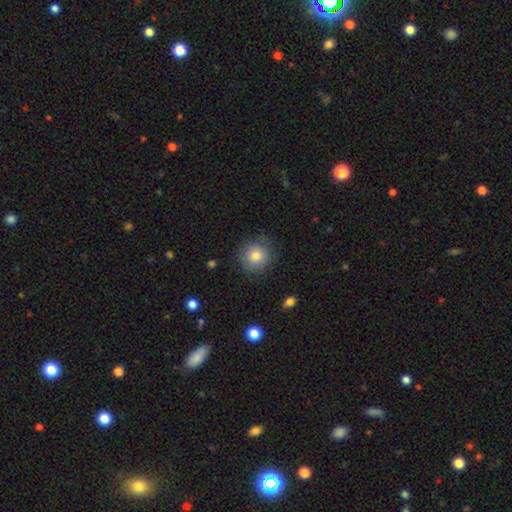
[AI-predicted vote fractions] Morphology: type=smooth (80%); roundness=round (90%); merging=none (83%).